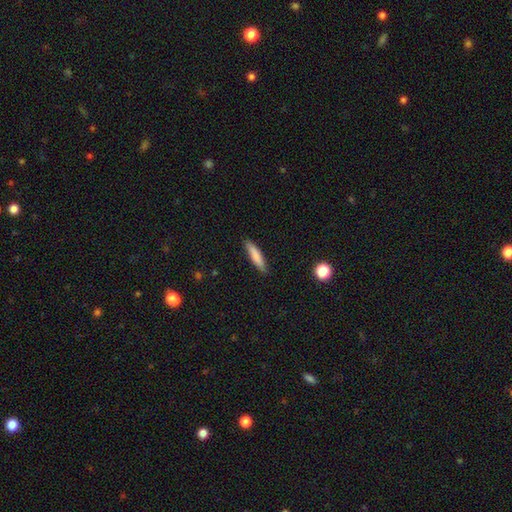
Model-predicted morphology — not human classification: Overall: smooth (80%). How rounded: cigar-shaped (84%). Merging: none (87%).